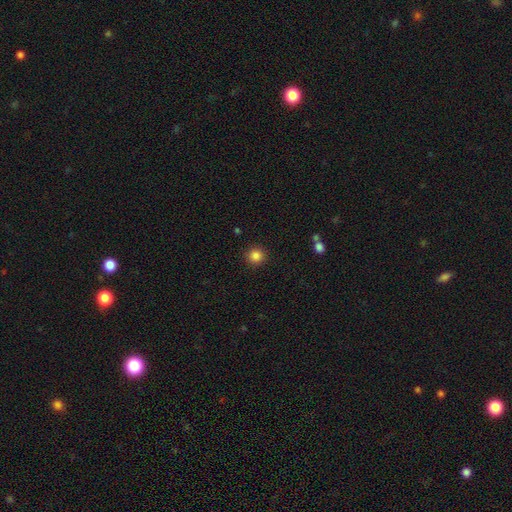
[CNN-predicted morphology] smooth-or-featured: smooth: 85% | star or artifact: 11% | featured or disk: 4%
  how-rounded: round: 94% | in between: 5% | cigar-shaped: 1%
  merging: none: 91% | minor disturbance: 5% | major disturbance: 2% | merger: 1%